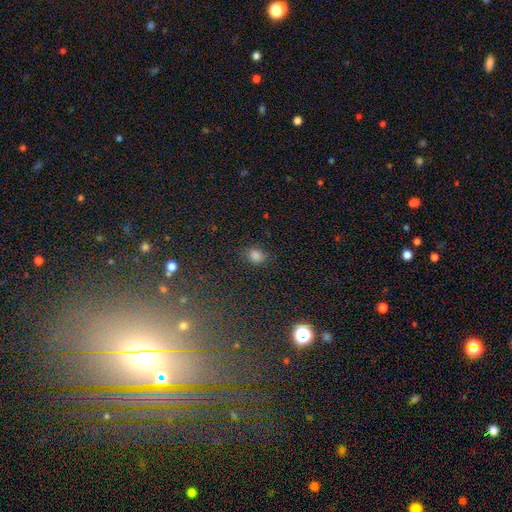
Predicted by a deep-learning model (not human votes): Overall: smooth (80%). How rounded: round (50%; in between 48%). Merging: none (81%).